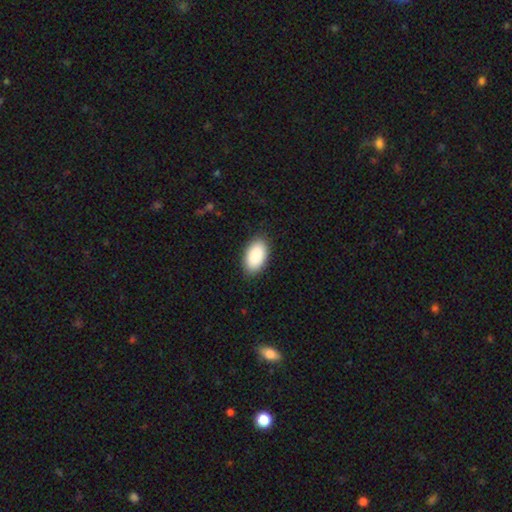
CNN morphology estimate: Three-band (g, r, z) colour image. It shows a smooth galaxy with no disk features (90%) that is in between round and cigar-shaped (95%). Merging: none (87%).